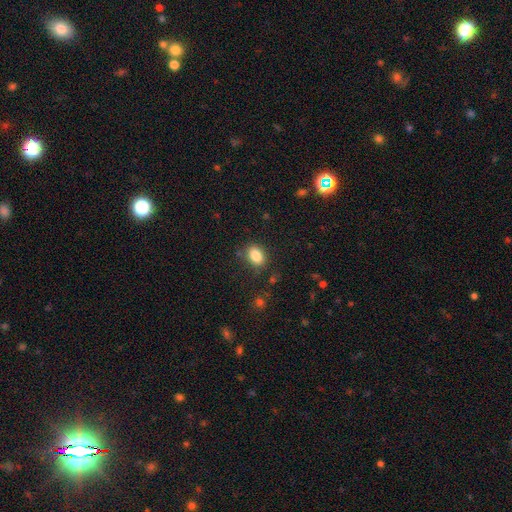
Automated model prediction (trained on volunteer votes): smooth-or-featured: smooth: 84% | star or artifact: 9% | featured or disk: 6%
  how-rounded: in between: 78% | round: 20% | cigar-shaped: 1%
  merging: none: 83% | minor disturbance: 12% | major disturbance: 3% | merger: 2%